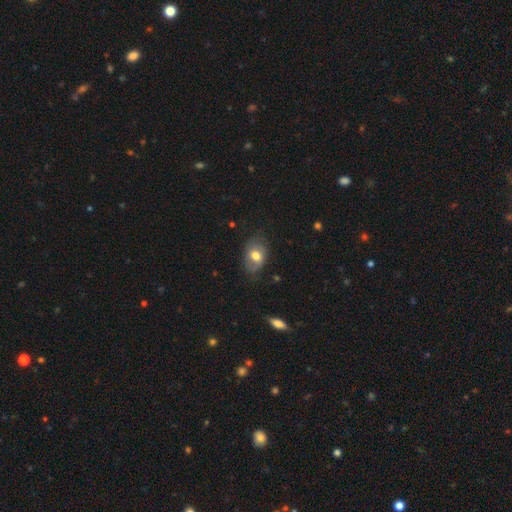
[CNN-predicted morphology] This is likely a smooth galaxy (66%). How rounded: likely in between (75%). Merging: likely none (64%).